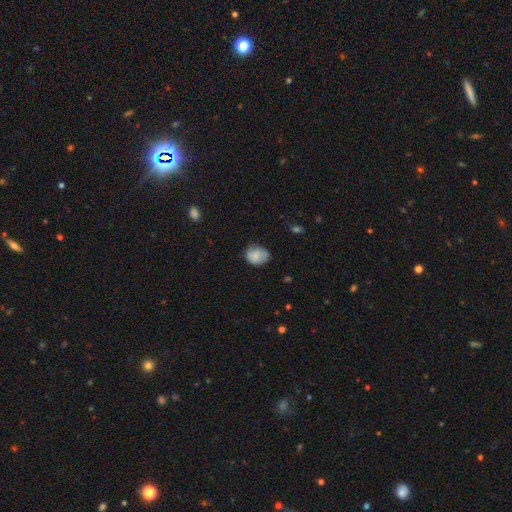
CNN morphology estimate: smooth_or_featured: smooth (p=0.76) [alt: featured or disk p=0.17]
how_rounded: round (p=0.51) [alt: in between p=0.48]
merging: none (p=0.61) [alt: minor disturbance p=0.31]